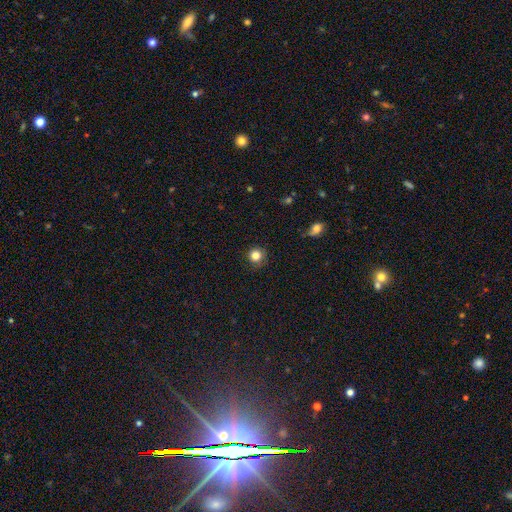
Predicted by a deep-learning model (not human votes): Smooth or featured? smooth (83%)
How rounded? round (92%)
Merging? none (83%)